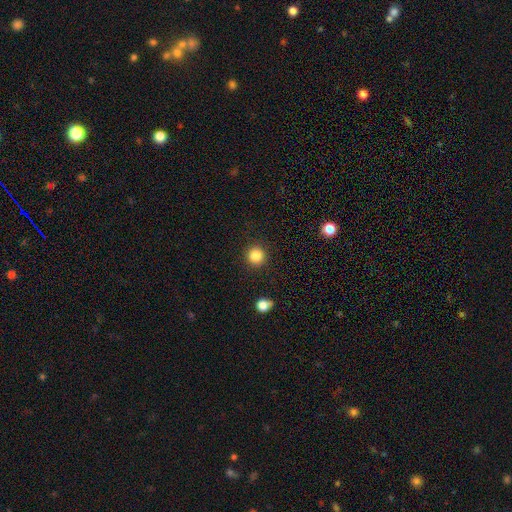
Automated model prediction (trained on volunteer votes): The model was most divided on "smooth or featured": smooth: 86%, star or artifact: 10%, featured or disk: 4%. More confident: how rounded — round (95%); merging — none (91%).